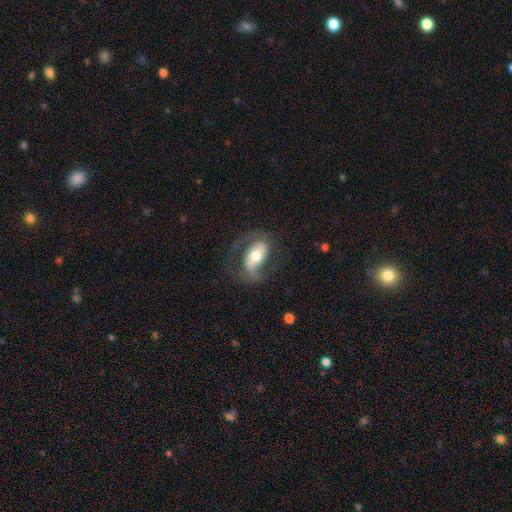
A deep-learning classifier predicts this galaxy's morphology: A featured or disk galaxy (76%) with a strong bar (43%), 2 (84%) medium (51%) spiral arms (87%) and a moderate central bulge (65%).

Vote fractions:
- Smooth or featured? featured or disk: 76% / smooth: 19% / star or artifact: 6%
- Edge-on disk? no: 95% / yes: 5%
- Bar? strong: 43% / weak: 32% / no: 24%
- Spiral arms? yes: 87% / no: 13%
- Spiral winding? medium: 51% / loose: 30% / tight: 20%
- Spiral arm count? 2: 84% / 1: 7% / can't tell: 5% / 3: 1% / 4: 1% / more than 4: 1%
- Bulge size? moderate: 65% / small: 17% / large: 15% / dominant: 2% / none: 1%
- Merging? none: 65% / minor disturbance: 17% / major disturbance: 16% / merger: 2%